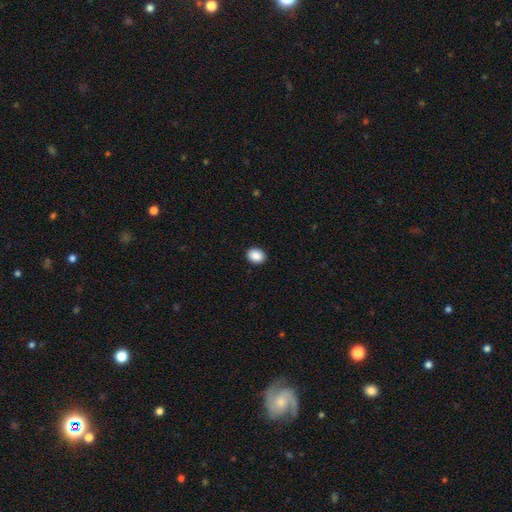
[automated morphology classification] Smooth or featured?
  - smooth: 89% *
  - star or artifact: 8%
  - featured or disk: 3%
How rounded?
  - in between: 53% *
  - round: 46%
  - cigar-shaped: 1%
Merging?
  - none: 91% *
  - minor disturbance: 6%
  - major disturbance: 2%
  - merger: 1%